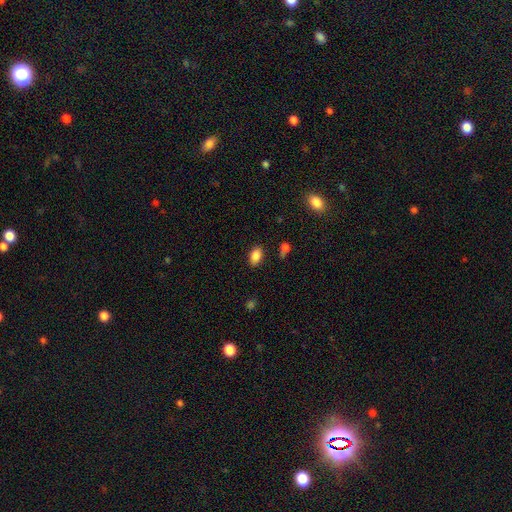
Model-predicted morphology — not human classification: smooth 86%, star or artifact 9%, featured or disk 5%. Down the decision tree: how rounded — in between (89%); merging — none (84%).